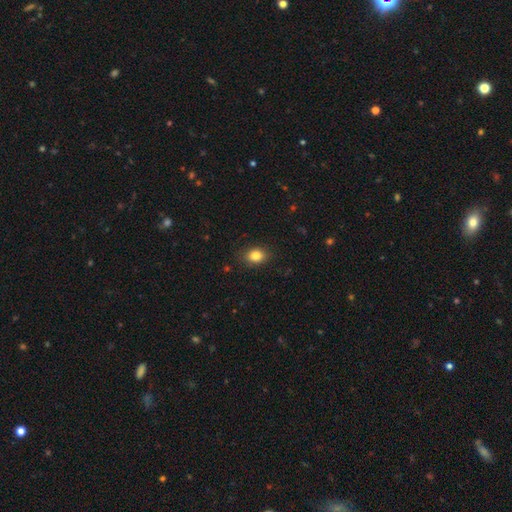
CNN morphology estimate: Smooth or featured?
  - smooth: 83% *
  - star or artifact: 10%
  - featured or disk: 7%
How rounded?
  - in between: 63% *
  - round: 36%
  - cigar-shaped: 1%
Merging?
  - none: 86% *
  - minor disturbance: 10%
  - major disturbance: 2%
  - merger: 1%